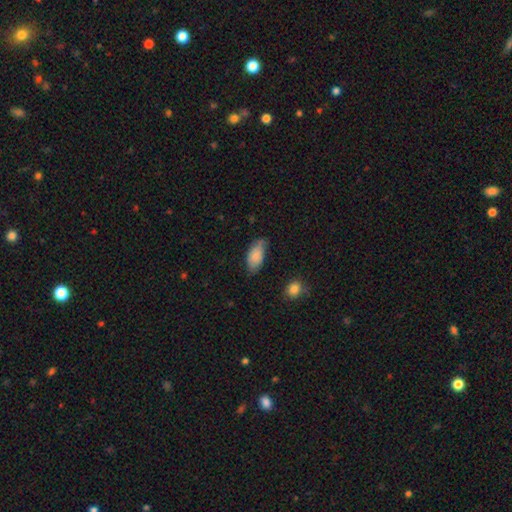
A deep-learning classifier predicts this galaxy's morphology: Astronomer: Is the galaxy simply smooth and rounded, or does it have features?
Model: smooth — 84%.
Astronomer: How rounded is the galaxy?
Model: in between — 91%.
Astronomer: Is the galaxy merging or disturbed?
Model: none — 59%.